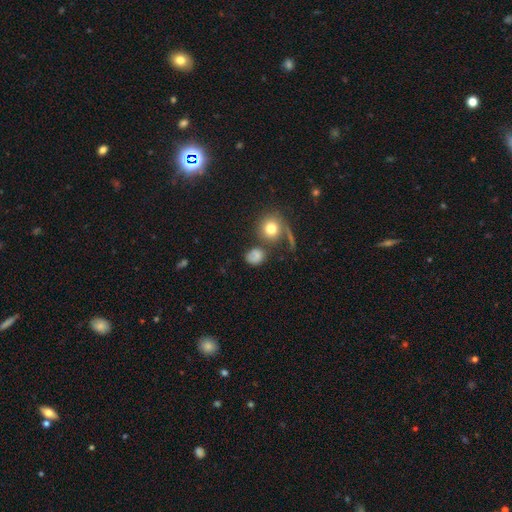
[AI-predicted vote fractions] A smooth galaxy with no disk features (73%) that is round (71%). Merging: none (57%).